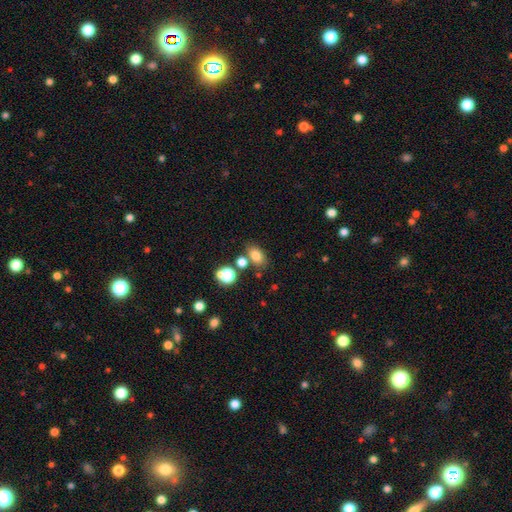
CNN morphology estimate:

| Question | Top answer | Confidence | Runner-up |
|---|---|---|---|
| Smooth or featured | smooth | 78% | star or artifact (14%) |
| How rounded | in between | 77% | round (21%) |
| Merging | none | 68% | merger (15%) |